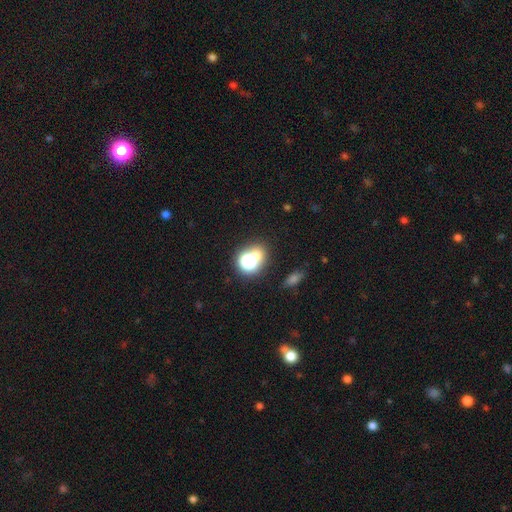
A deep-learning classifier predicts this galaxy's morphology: This is possibly a smooth galaxy (53%). How rounded: likely round (73%). Merging: possibly none (59%).